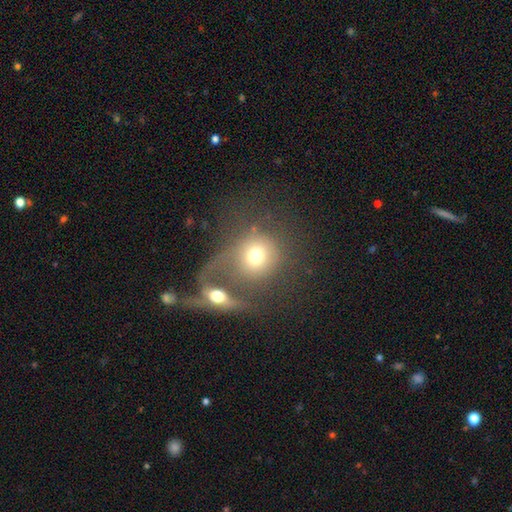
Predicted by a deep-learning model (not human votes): Smooth or featured: smooth — 62% (featured or disk — 28%)
How rounded: round — 80% (in between — 19%)
Merging: merger — 62% (none — 17%)